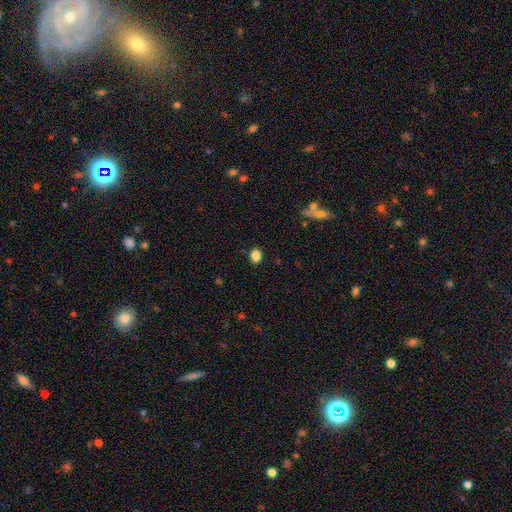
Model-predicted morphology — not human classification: This is clearly a smooth galaxy (86%). How rounded: possibly in between (55%). Merging: clearly none (88%).